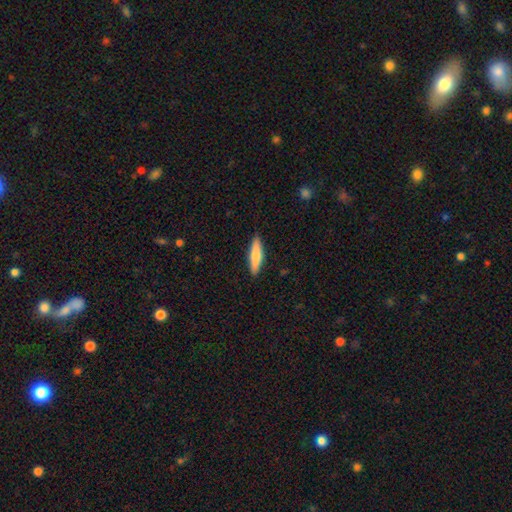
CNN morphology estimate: Smooth or featured? Predicted: smooth (p=0.77). How rounded? Predicted: cigar-shaped (p=0.75). Merging? Predicted: none (p=0.88).